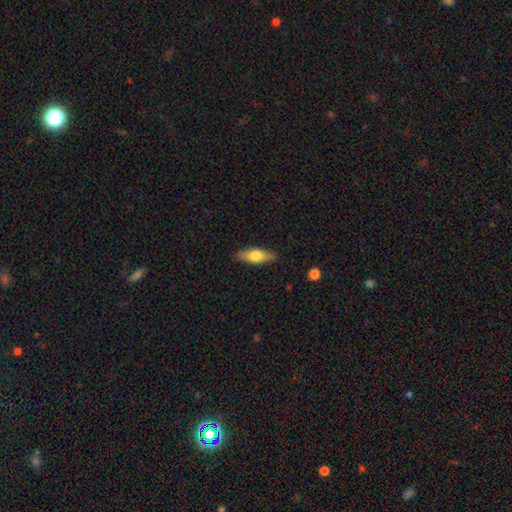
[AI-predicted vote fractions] This appears to be a smooth galaxy with no disk features (65%) that is in between round and cigar-shaped (59%). Merging: none (87%).